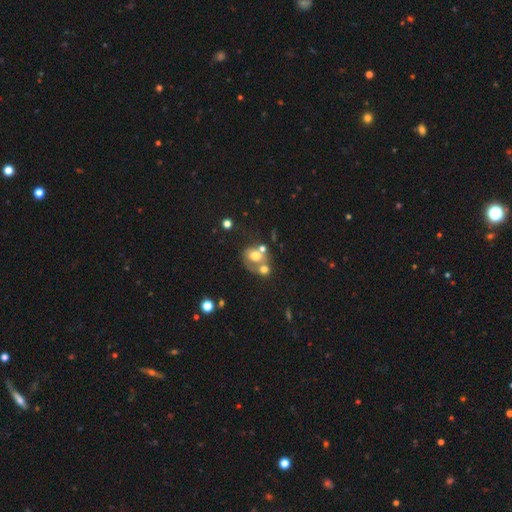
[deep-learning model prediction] Q: Smooth or featured?
A: smooth (56%); runner-up: featured or disk (31%)
Q: How rounded?
A: round (55%); runner-up: in between (44%)
Q: Merging?
A: merger (46%); runner-up: none (29%)